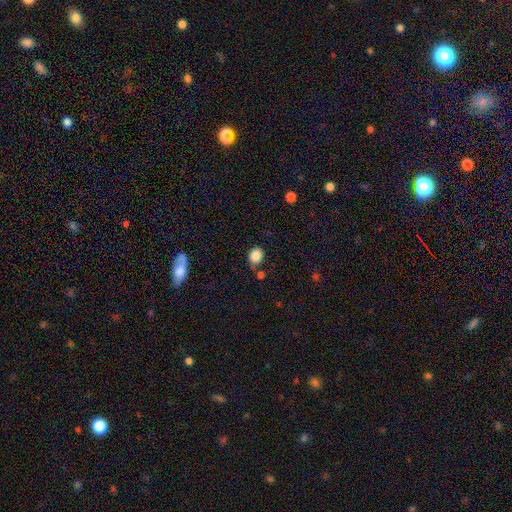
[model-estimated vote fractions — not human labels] This is clearly a smooth galaxy (86%). How rounded: likely round (64%). Merging: likely none (69%).